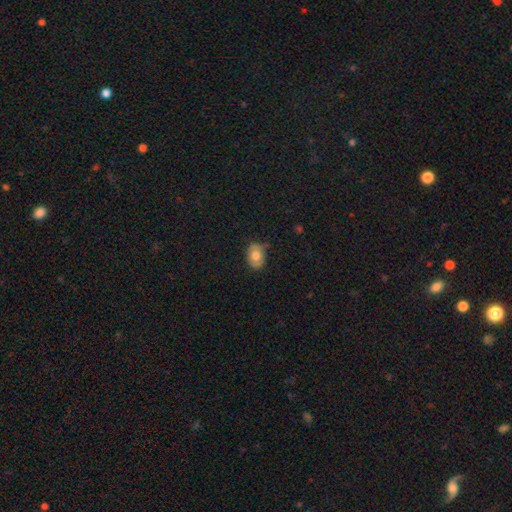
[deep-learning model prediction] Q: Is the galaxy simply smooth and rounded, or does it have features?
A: smooth — 71%.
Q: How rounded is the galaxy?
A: in between — 70%.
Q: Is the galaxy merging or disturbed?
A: none — 69%.